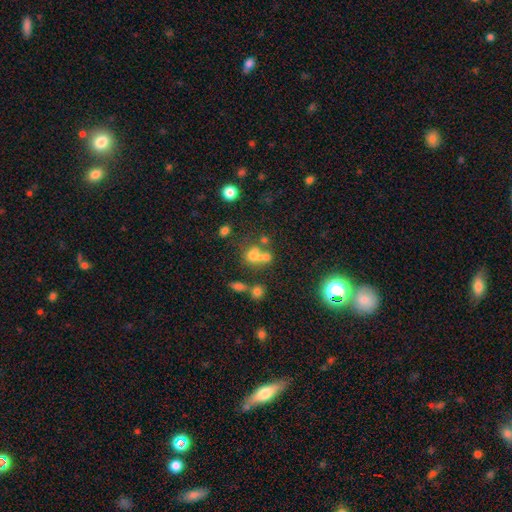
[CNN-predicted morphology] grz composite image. It shows a smooth galaxy with no disk features (54%) that is round (50%). Merging: merger (48%).